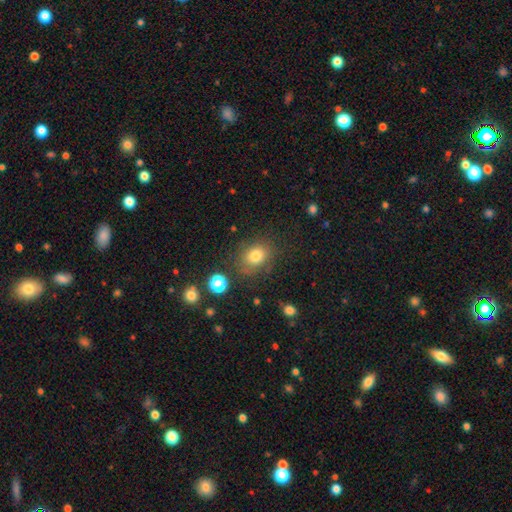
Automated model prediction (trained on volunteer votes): Overall: smooth (78%). How rounded: in between (51%; round 48%). Merging: none (74%).